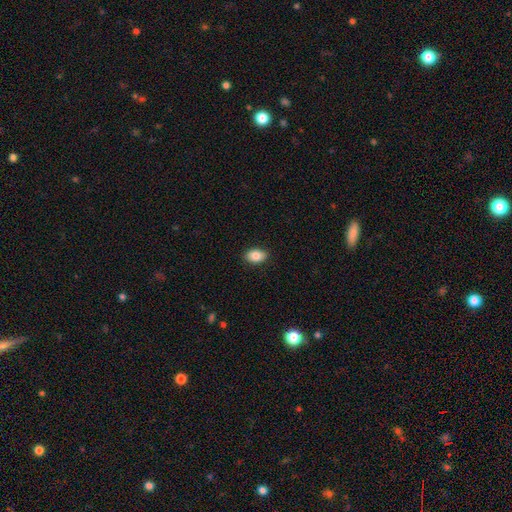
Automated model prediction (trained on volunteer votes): smooth_or_featured: smooth (p=0.85) [alt: star or artifact p=0.08]
how_rounded: in between (p=0.87) [alt: round p=0.12]
merging: none (p=0.89) [alt: minor disturbance p=0.09]